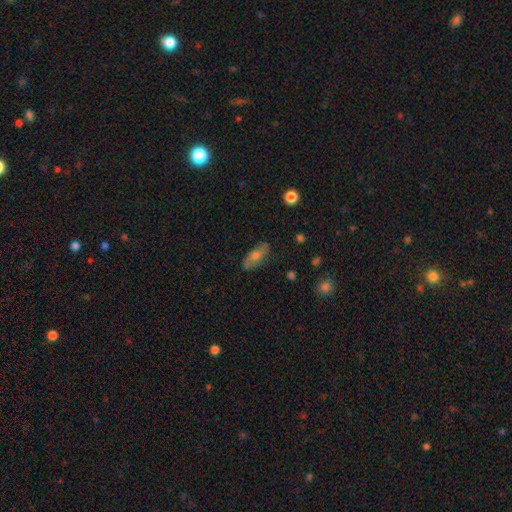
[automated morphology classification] This is possibly a smooth galaxy (53%). How rounded: likely in between (73%). Merging: clearly none (81%).